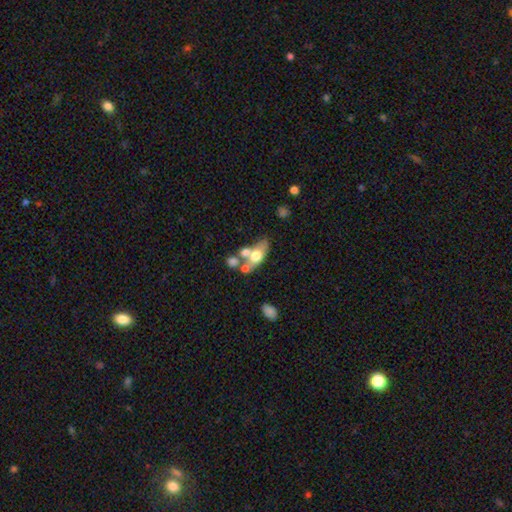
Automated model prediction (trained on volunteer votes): The model was most divided on "merging": merger: 43%, none: 37%, minor disturbance: 13%, major disturbance: 8%. More confident: how rounded — in between (72%); smooth or featured — smooth (53%).